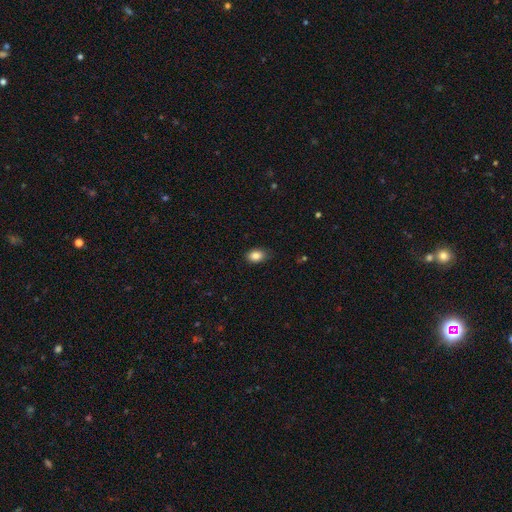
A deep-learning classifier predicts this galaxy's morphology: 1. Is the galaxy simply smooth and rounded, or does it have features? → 87% smooth, 9% star or artifact, 5% featured or disk.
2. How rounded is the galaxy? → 81% in between, 18% round, 1% cigar-shaped.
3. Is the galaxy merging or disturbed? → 80% none, 17% minor disturbance, 3% major disturbance, 1% merger.